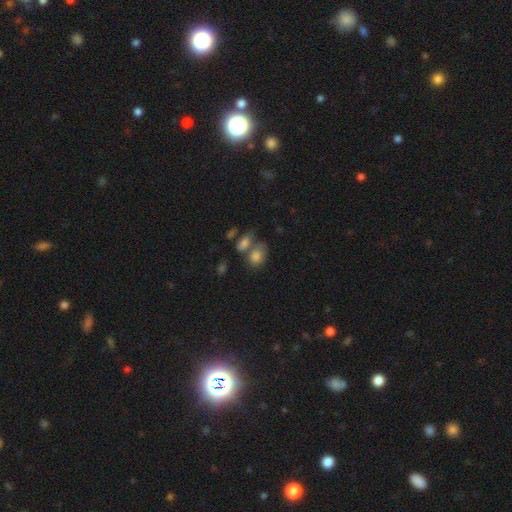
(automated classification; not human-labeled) This appears to be a smooth galaxy with no disk features (77%) that is in between round and cigar-shaped (64%). Merging: merger (40%).